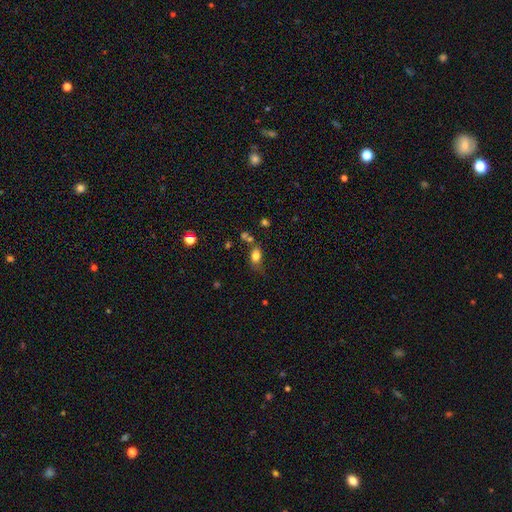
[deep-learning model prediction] This appears to be a smooth galaxy with no disk features (79%) that is in between round and cigar-shaped (77%). Merging: none (52%).